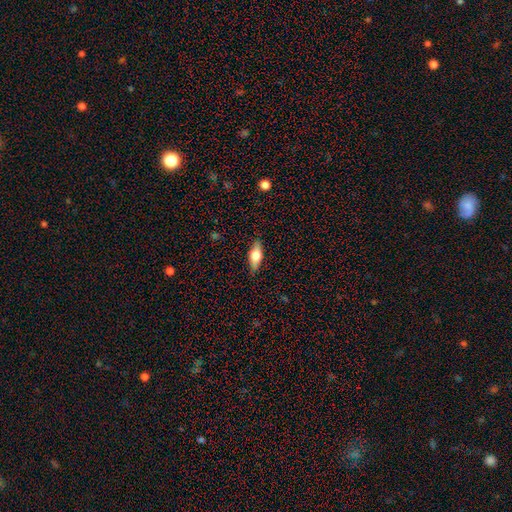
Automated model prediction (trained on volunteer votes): smooth-or-featured: smooth: 60% | featured or disk: 33% | star or artifact: 7%
  how-rounded: in between: 71% | cigar-shaped: 26% | round: 3%
  merging: none: 87% | minor disturbance: 10% | major disturbance: 2% | merger: 1%